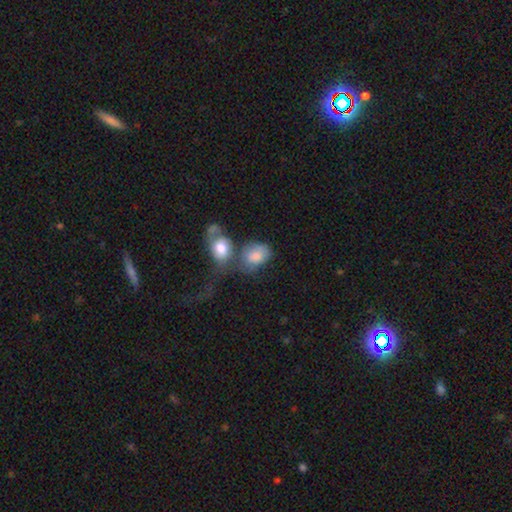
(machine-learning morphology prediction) smooth_or_featured: smooth (p=0.75) [alt: featured or disk p=0.17]
how_rounded: in between (p=0.68) [alt: round p=0.30]
merging: merger (p=0.44) [alt: none p=0.26]